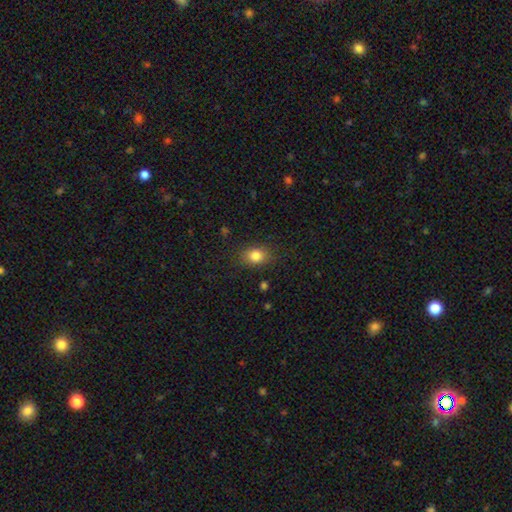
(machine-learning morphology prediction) Q: Smooth or featured?
A: smooth (83%); runner-up: star or artifact (10%)
Q: How rounded?
A: in between (61%); runner-up: round (37%)
Q: Merging?
A: none (83%); runner-up: minor disturbance (12%)